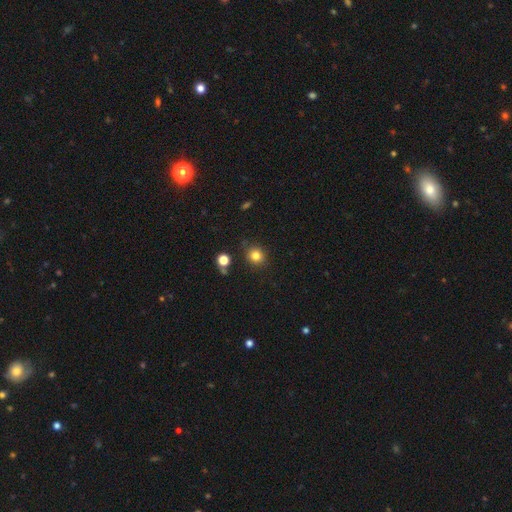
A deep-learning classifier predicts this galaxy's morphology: Smooth or featured? smooth (81%)
How rounded? round (86%)
Merging? none (84%)